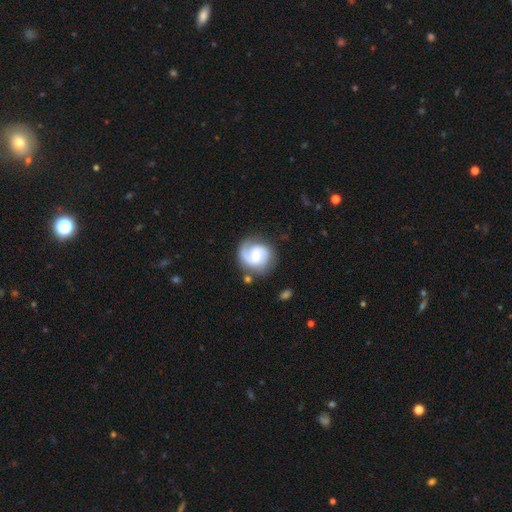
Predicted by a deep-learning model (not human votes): A featured or disk galaxy (77%) with no bar (48%), 2 (60%) medium (45%) spiral arms (96%) and a small central bulge (48%). Merging: none (70%).